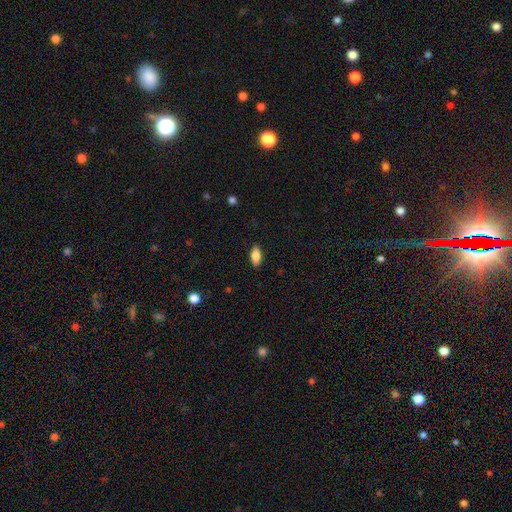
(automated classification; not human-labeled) smooth-or-featured: smooth: 82% | featured or disk: 11% | star or artifact: 7%
  how-rounded: in between: 86% | cigar-shaped: 11% | round: 3%
  merging: none: 88% | minor disturbance: 9% | major disturbance: 2% | merger: 1%